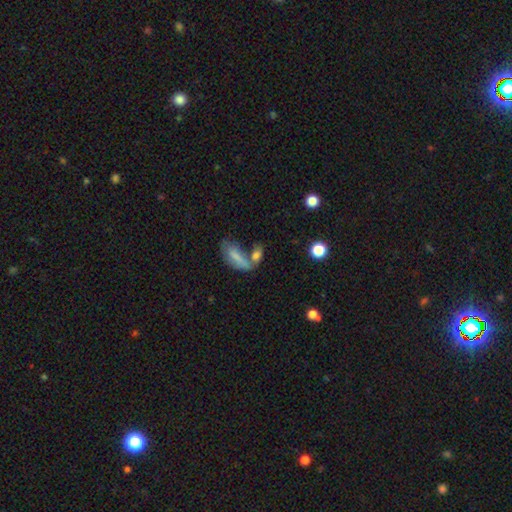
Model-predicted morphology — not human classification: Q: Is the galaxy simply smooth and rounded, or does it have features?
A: smooth — 73%.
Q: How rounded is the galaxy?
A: in between — 68%.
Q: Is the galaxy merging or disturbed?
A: merger — 41%.